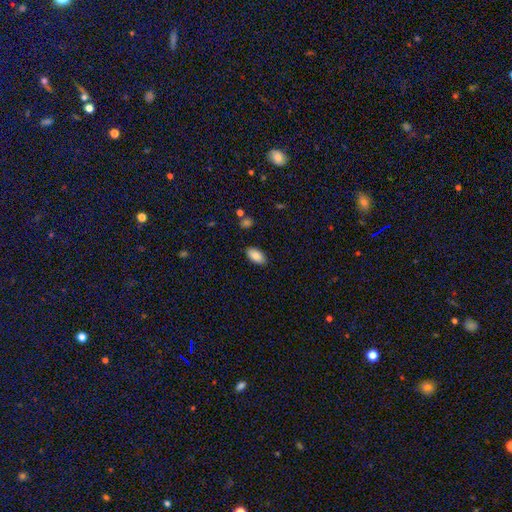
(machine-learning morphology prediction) type=smooth (86%); roundness=in between (93%); merging=none (87%).